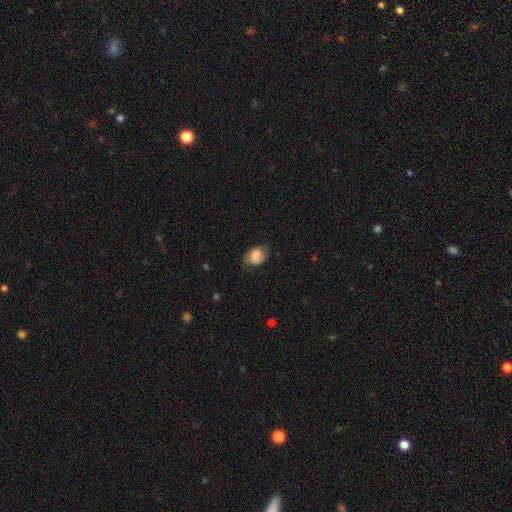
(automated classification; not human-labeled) A smooth galaxy with no disk features (60%) that is in between round and cigar-shaped (69%). Merging: none (60%).